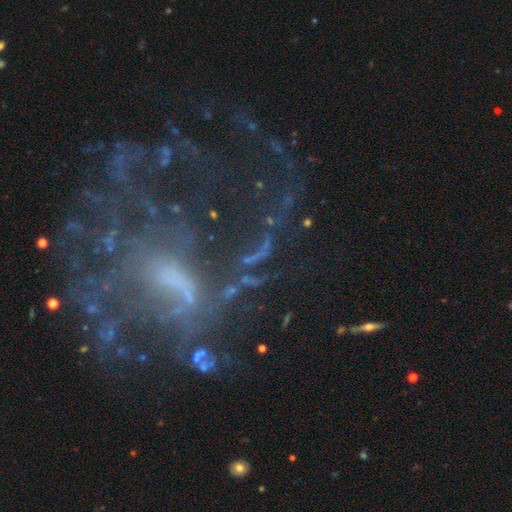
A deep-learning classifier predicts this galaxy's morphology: Overall: featured or disk (60%; star or artifact 28%). Edge-on disk: no (94%). Bar: no (51%; weak 30%). Spiral arms: yes (58%; no 42%). Bulge size: small (34%; none 31%). Merging: none (41%; major disturbance 37%).